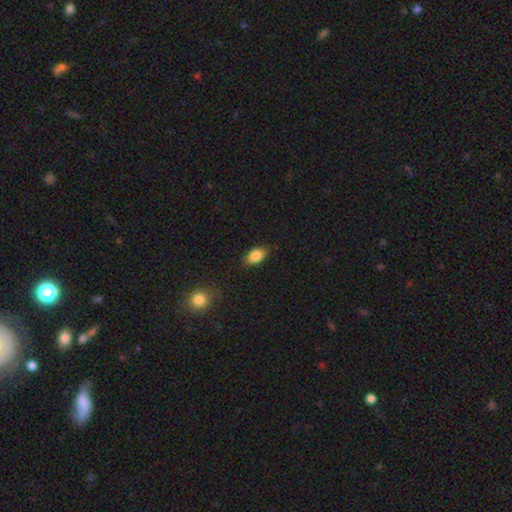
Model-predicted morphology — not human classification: Q: Smooth or featured?
A: smooth (83%); runner-up: featured or disk (9%)
Q: How rounded?
A: in between (88%); runner-up: round (8%)
Q: Merging?
A: none (84%); runner-up: minor disturbance (12%)